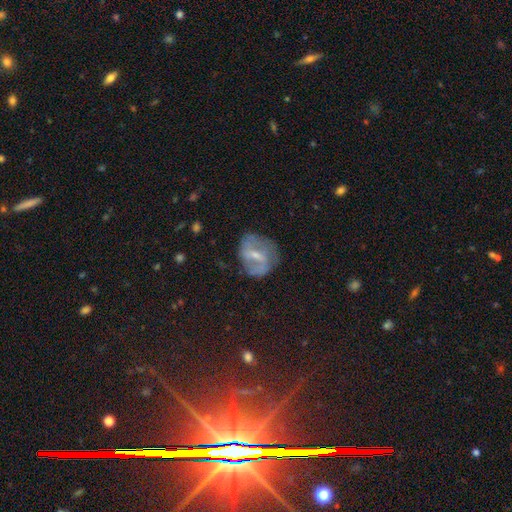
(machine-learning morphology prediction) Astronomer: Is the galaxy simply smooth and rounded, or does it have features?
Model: featured or disk — 63%.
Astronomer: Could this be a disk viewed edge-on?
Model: no — 95%.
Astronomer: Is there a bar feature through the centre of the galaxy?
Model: weak — 47% (runner-up: strong, 31%).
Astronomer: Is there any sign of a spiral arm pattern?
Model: yes — 65%.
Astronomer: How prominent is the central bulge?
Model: small — 58% (runner-up: moderate, 34%).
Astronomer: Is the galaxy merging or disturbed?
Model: none — 59%.